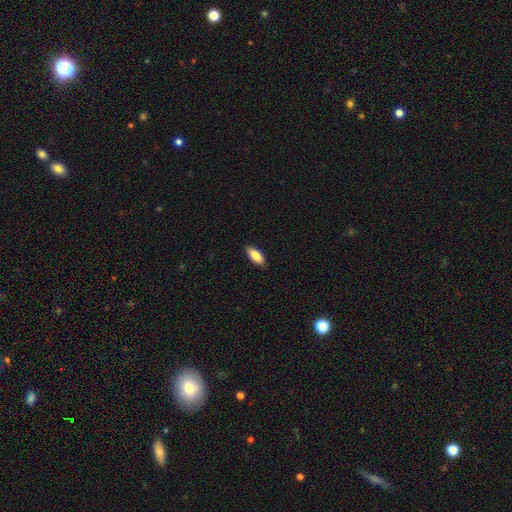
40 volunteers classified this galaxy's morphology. Q: Smooth or featured?
A: smooth (82%); runner-up: star or artifact (10%)
Q: How rounded?
A: in between (91%); runner-up: cigar-shaped (9%)
Q: Merging?
A: none (89%); runner-up: minor disturbance (8%)